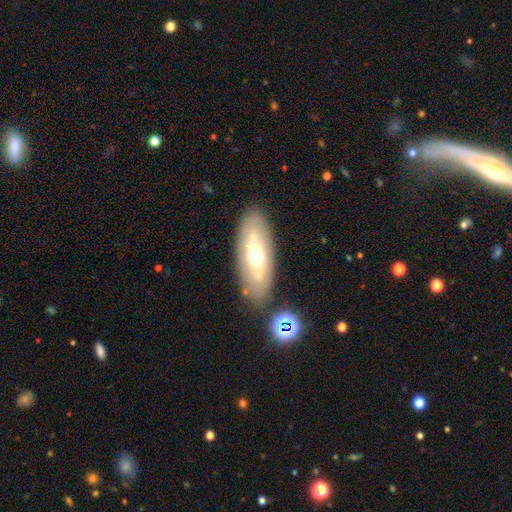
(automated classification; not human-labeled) A featured or disk galaxy (50%).

Vote fractions:
- Smooth or featured? featured or disk: 50% / smooth: 42% / star or artifact: 8%
- Merging? none: 82% / minor disturbance: 11% / merger: 4% / major disturbance: 3%